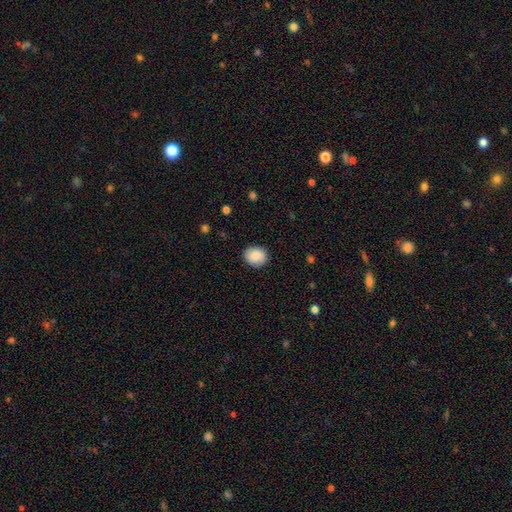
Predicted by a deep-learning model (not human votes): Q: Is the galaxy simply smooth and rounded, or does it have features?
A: smooth — 83%.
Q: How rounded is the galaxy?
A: round — 72%.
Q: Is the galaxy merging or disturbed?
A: none — 87%.